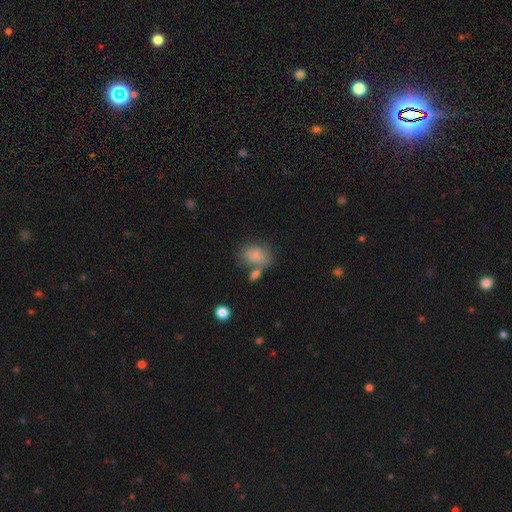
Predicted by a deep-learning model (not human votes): Smooth or featured? smooth (83%)
How rounded? in between (74%)
Merging? none (44%)